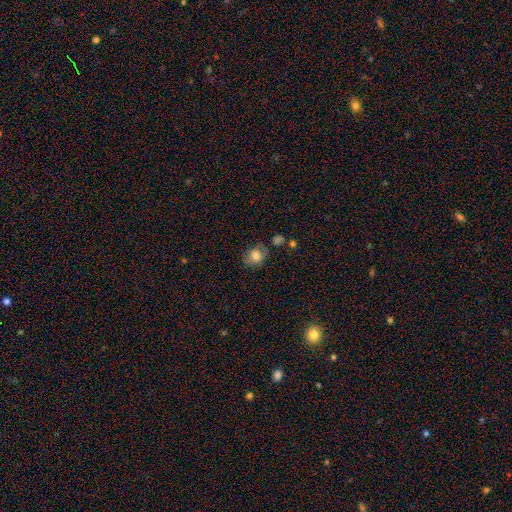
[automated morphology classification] The model was most divided on "how rounded": round: 59%, in between: 40%, cigar-shaped: 1%. More confident: smooth or featured — smooth (75%); merging — none (64%).